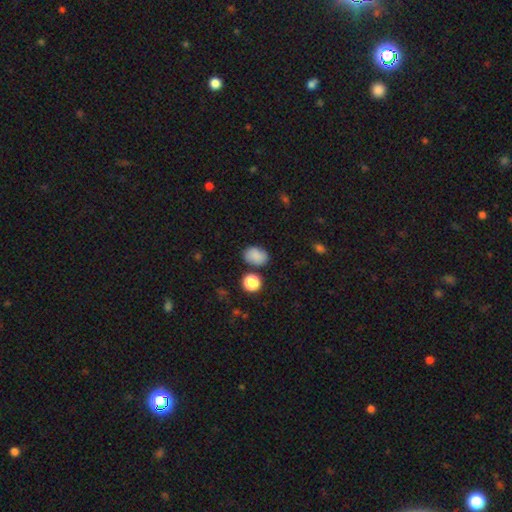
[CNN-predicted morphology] smooth_or_featured: smooth (p=0.80) [alt: star or artifact p=0.11]
how_rounded: in between (p=0.69) [alt: round p=0.30]
merging: none (p=0.74) [alt: minor disturbance p=0.16]